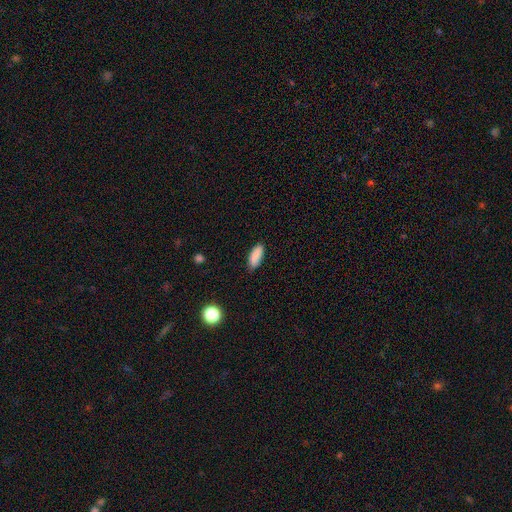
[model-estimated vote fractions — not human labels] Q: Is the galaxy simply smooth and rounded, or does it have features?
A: smooth — 88%.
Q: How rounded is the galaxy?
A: in between — 77%.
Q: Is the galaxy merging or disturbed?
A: none — 81%.